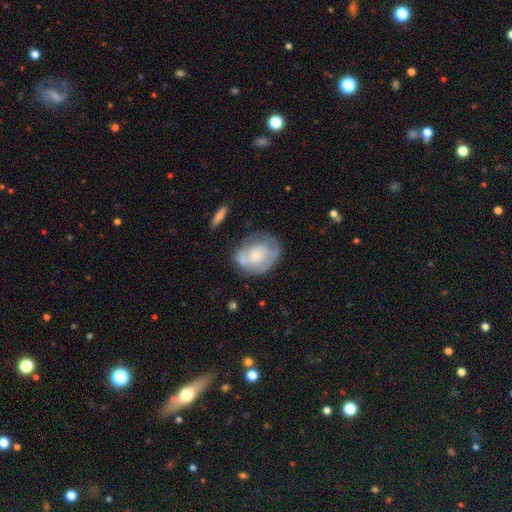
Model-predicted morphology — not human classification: Smooth or featured: featured or disk — 50% (smooth — 43%)
Merging: none — 54% (minor disturbance — 26%)